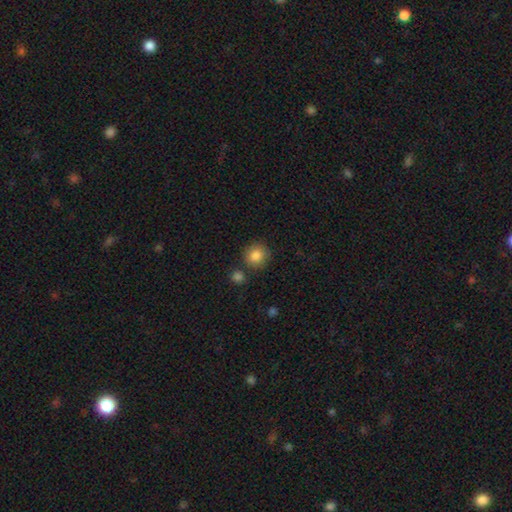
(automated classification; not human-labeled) Smooth or featured? Predicted: smooth (p=0.86). How rounded? Predicted: round (p=0.87). Merging? Predicted: none (p=0.79).